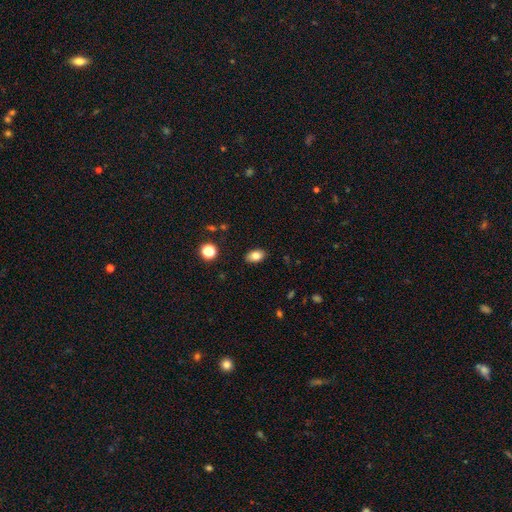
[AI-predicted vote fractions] Smooth or featured: smooth — 82% (star or artifact — 10%)
How rounded: in between — 88% (round — 10%)
Merging: none — 87% (minor disturbance — 9%)